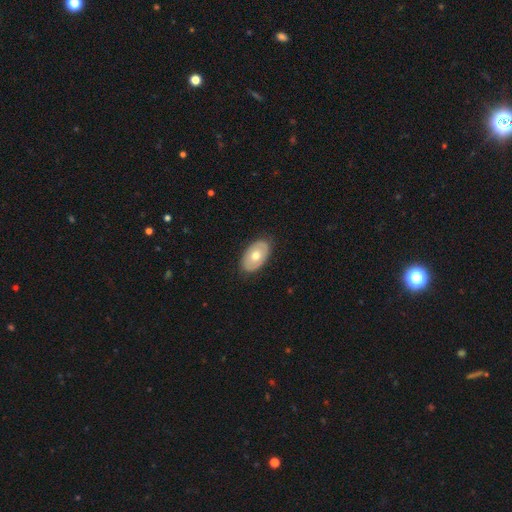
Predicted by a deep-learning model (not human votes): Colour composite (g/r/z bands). It shows a smooth galaxy with no disk features (59%) that is in between round and cigar-shaped (91%). Merging: none (85%).